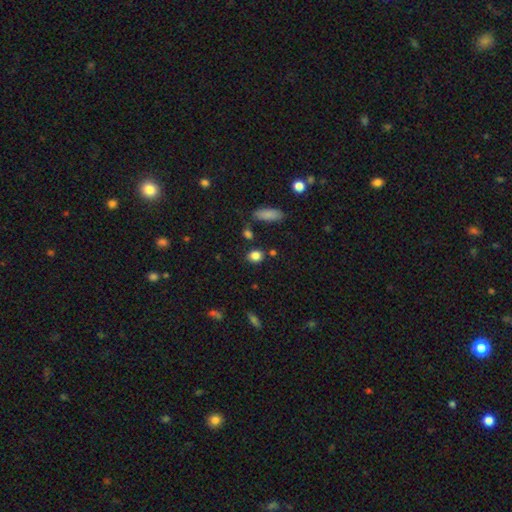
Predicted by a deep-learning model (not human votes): smooth-or-featured: smooth: 84% | star or artifact: 11% | featured or disk: 5%
  how-rounded: round: 56% | in between: 42% | cigar-shaped: 2%
  merging: none: 79% | minor disturbance: 12% | merger: 6% | major disturbance: 4%